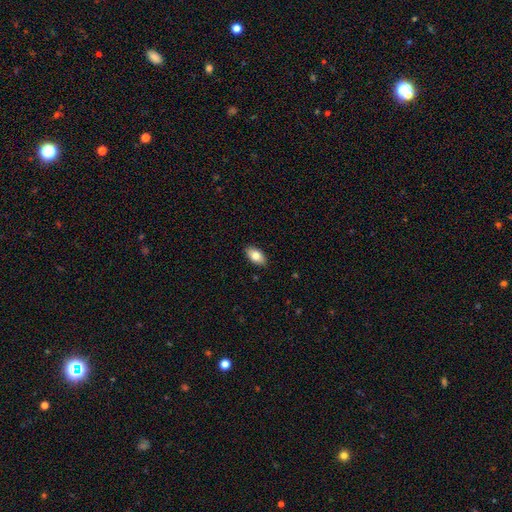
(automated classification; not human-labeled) smooth-or-featured: smooth: 80% | featured or disk: 13% | star or artifact: 7%
  how-rounded: in between: 93% | round: 4% | cigar-shaped: 3%
  merging: none: 88% | minor disturbance: 9% | major disturbance: 2% | merger: 1%